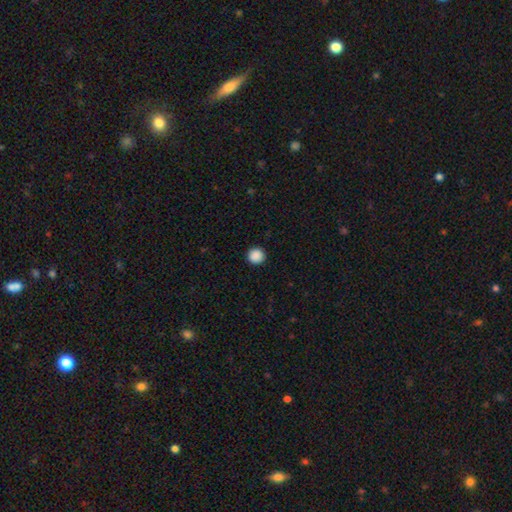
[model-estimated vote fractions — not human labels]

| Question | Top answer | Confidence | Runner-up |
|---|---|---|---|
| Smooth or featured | smooth | 89% | star or artifact (9%) |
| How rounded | round | 96% | in between (3%) |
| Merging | none | 93% | minor disturbance (4%) |